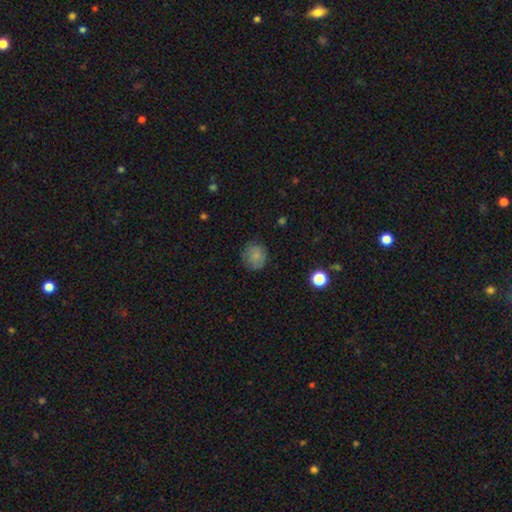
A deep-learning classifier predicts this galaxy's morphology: Smooth or featured? Predicted: smooth (p=0.82). How rounded? Predicted: round (p=0.85). Merging? Predicted: none (p=0.81).